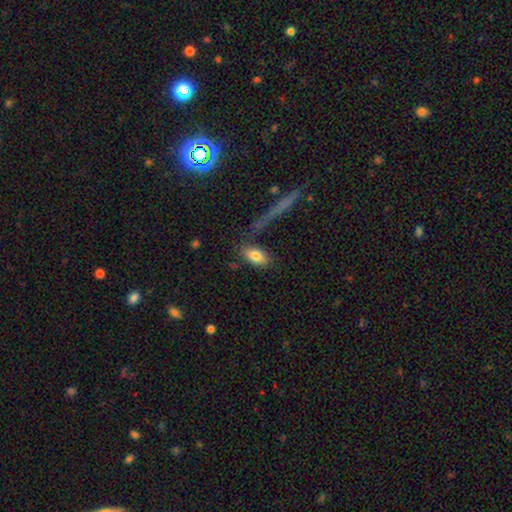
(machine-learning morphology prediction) This is clearly a smooth galaxy (81%). How rounded: clearly in between (88%). Merging: likely none (76%).